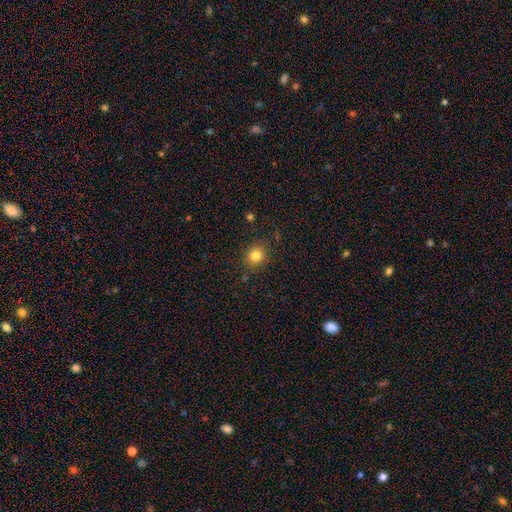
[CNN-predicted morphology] A smooth galaxy with no disk features (82%) that is round (81%).

Vote fractions:
- Smooth or featured? smooth: 82% / star or artifact: 12% / featured or disk: 6%
- How rounded? round: 81% / in between: 18% / cigar-shaped: 1%
- Merging? none: 86% / minor disturbance: 9% / major disturbance: 3% / merger: 2%